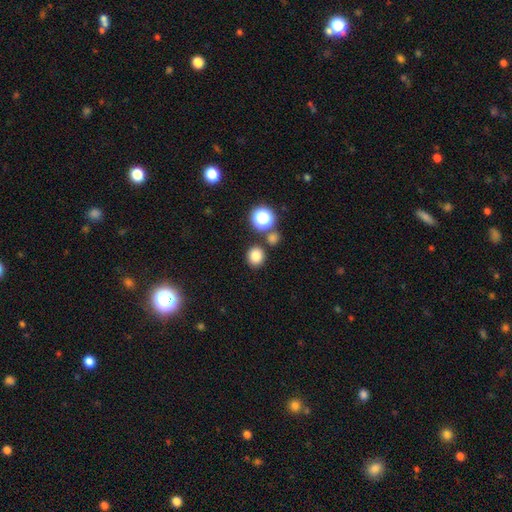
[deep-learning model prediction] Q: Smooth or featured?
A: smooth (80%); runner-up: star or artifact (15%)
Q: How rounded?
A: round (84%); runner-up: in between (15%)
Q: Merging?
A: none (81%); runner-up: merger (9%)